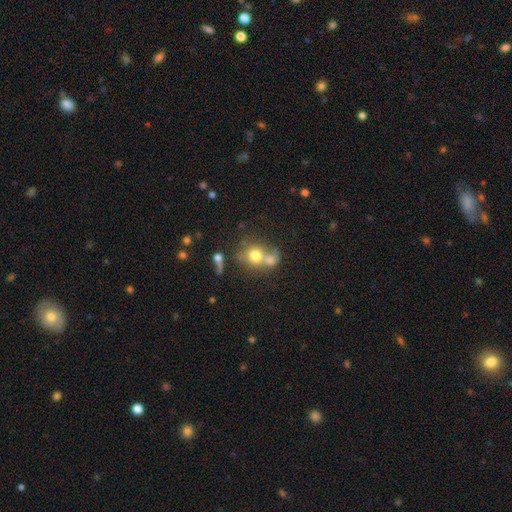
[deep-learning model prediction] Morphology: type=smooth (69%); roundness=round (77%); merging=merger (51%).